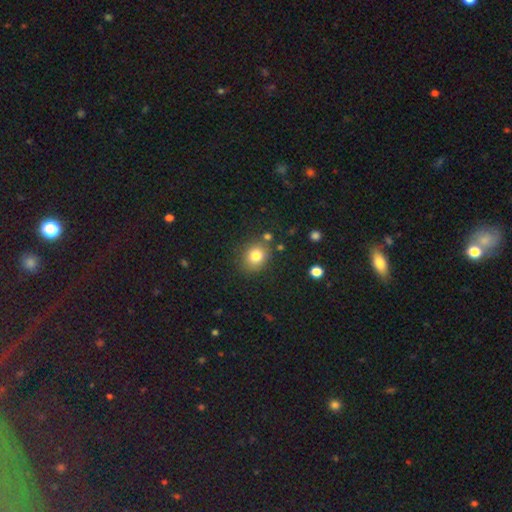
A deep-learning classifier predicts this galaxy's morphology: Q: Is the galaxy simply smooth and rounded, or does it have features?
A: smooth — 81%.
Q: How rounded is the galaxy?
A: round — 68%.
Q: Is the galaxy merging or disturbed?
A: none — 78%.